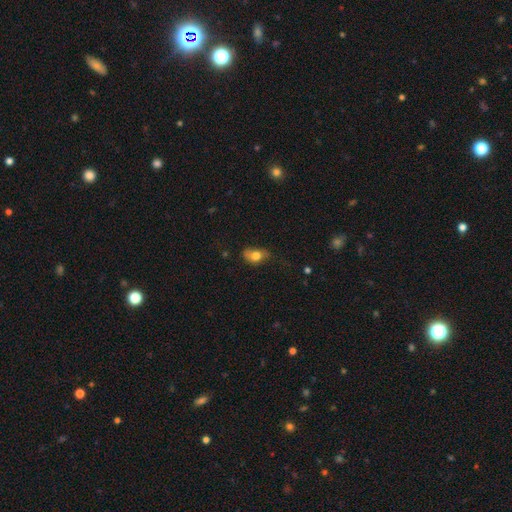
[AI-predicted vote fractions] smooth_or_featured: smooth (p=0.75) [alt: featured or disk p=0.17]
how_rounded: in between (p=0.78) [alt: round p=0.19]
merging: none (p=0.48) [alt: minor disturbance p=0.35]